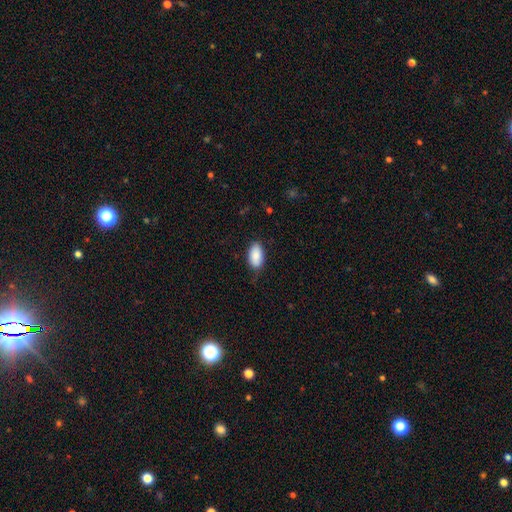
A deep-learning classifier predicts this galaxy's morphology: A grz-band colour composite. It shows a smooth galaxy with no disk features (88%) that is in between round and cigar-shaped (94%). Merging: none (74%).